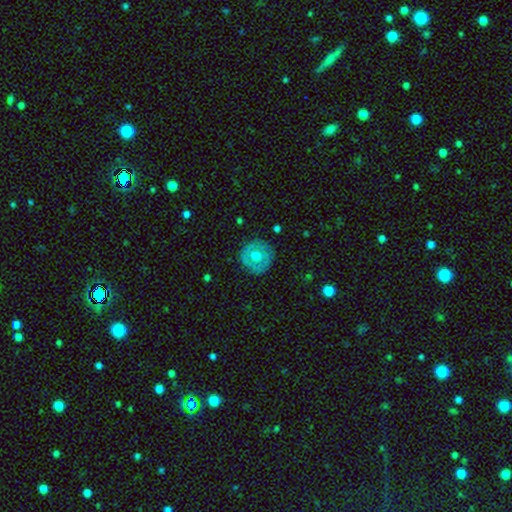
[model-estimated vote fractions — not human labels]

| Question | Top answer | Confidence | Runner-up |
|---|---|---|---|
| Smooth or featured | smooth | 53% | featured or disk (40%) |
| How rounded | round | 92% | in between (7%) |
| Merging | none | 84% | minor disturbance (11%) |